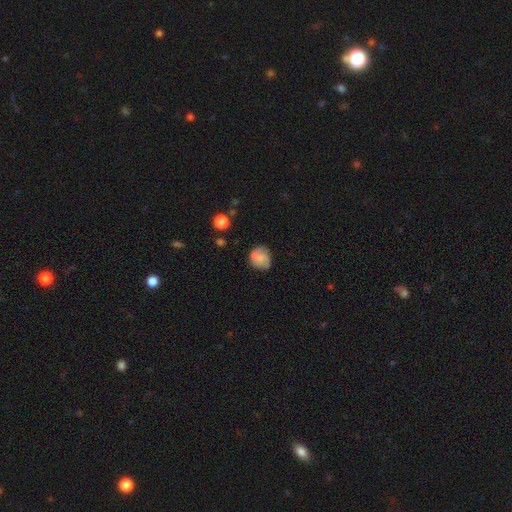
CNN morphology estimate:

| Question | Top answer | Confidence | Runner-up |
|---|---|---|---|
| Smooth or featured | smooth | 62% | featured or disk (29%) |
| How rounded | round | 70% | in between (29%) |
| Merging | none | 58% | minor disturbance (25%) |